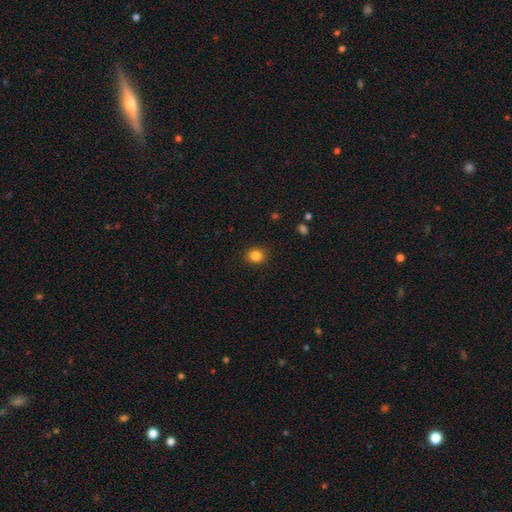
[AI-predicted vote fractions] smooth_or_featured: smooth (p=0.85) [alt: star or artifact p=0.11]
how_rounded: round (p=0.79) [alt: in between p=0.20]
merging: none (p=0.90) [alt: minor disturbance p=0.07]